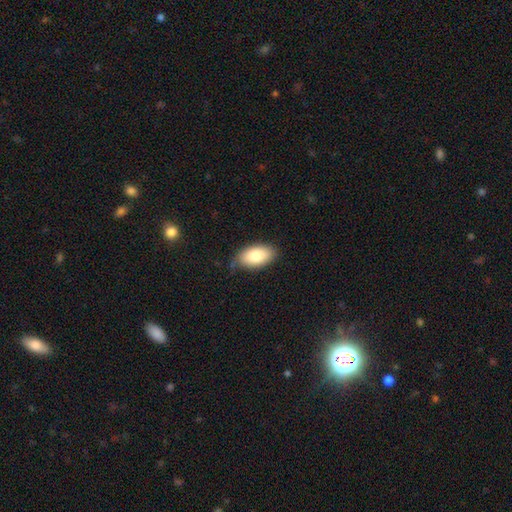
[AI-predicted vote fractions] This is clearly a smooth galaxy (82%). How rounded: clearly in between (94%). Merging: likely none (77%).